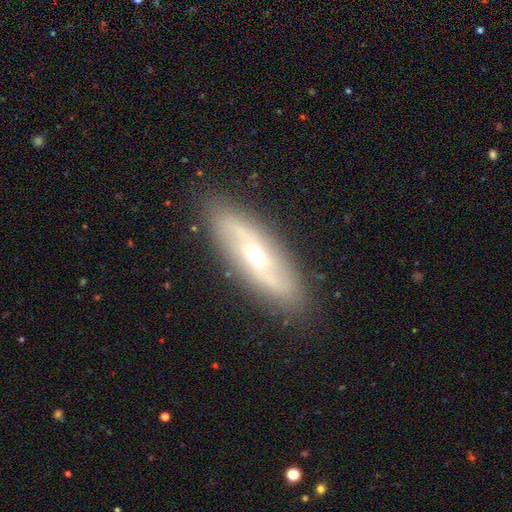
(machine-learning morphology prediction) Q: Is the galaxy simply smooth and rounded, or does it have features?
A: featured or disk — 69%.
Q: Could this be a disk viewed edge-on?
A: no — 75%.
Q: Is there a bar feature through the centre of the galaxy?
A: no — 54%.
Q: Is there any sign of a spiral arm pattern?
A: yes — 73%.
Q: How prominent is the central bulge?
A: moderate — 61%.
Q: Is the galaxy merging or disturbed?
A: none — 87%.